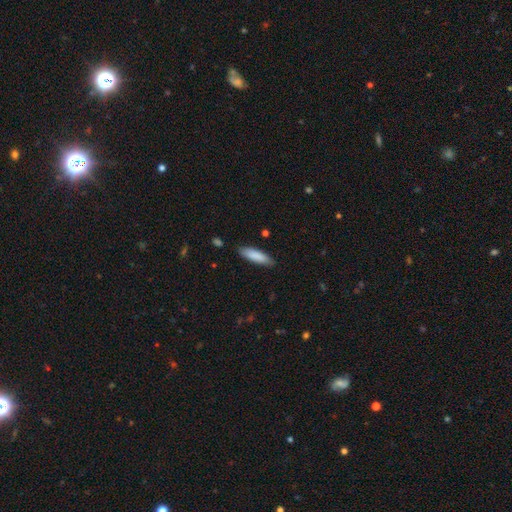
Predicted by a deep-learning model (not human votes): Smooth or featured? Predicted: smooth (p=0.86). How rounded? Predicted: cigar-shaped (p=0.62). Merging? Predicted: none (p=0.86).